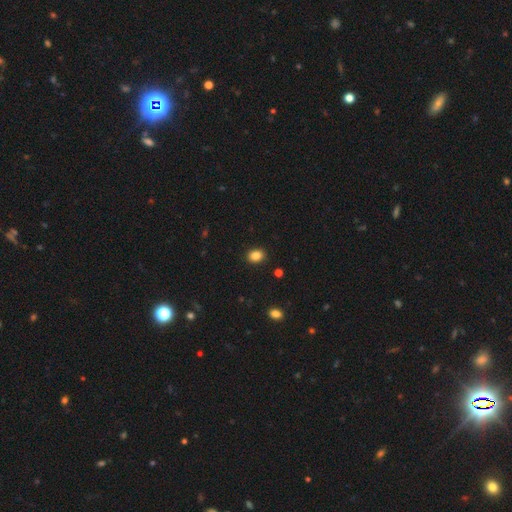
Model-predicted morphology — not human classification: This is clearly a smooth galaxy (86%). How rounded: possibly in between (58%). Merging: clearly none (89%).